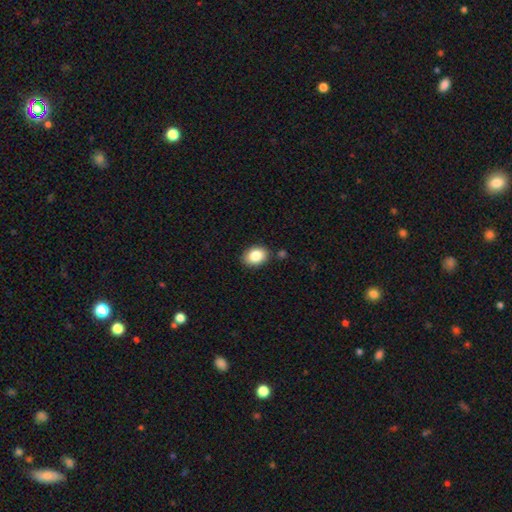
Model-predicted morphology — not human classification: Smooth or featured? Predicted: smooth (p=0.84). How rounded? Predicted: in between (p=0.69). Merging? Predicted: none (p=0.83).